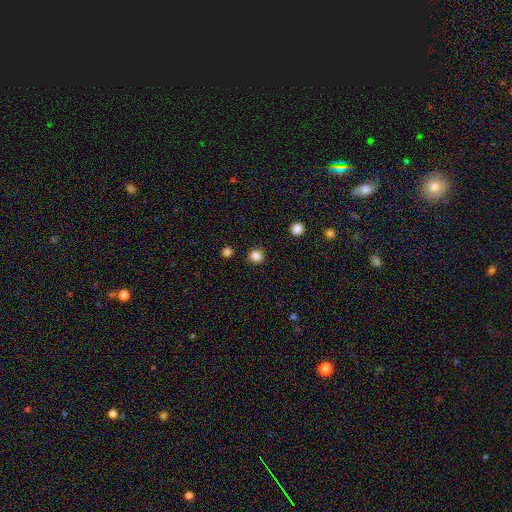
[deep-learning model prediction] Smooth or featured? Predicted: smooth (p=0.85). How rounded? Predicted: round (p=0.92). Merging? Predicted: none (p=0.92).